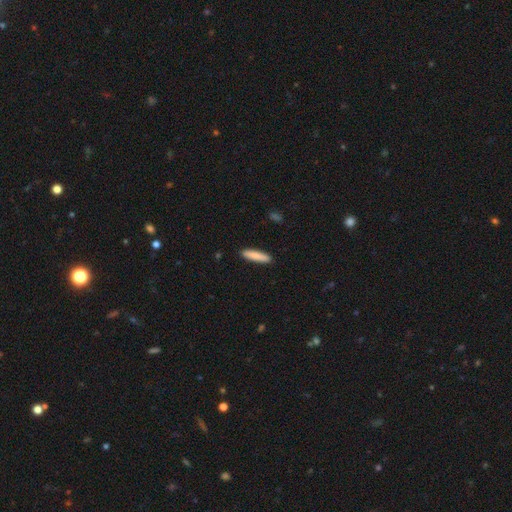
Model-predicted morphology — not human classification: Overall: smooth (85%). How rounded: cigar-shaped (83%). Merging: none (90%).